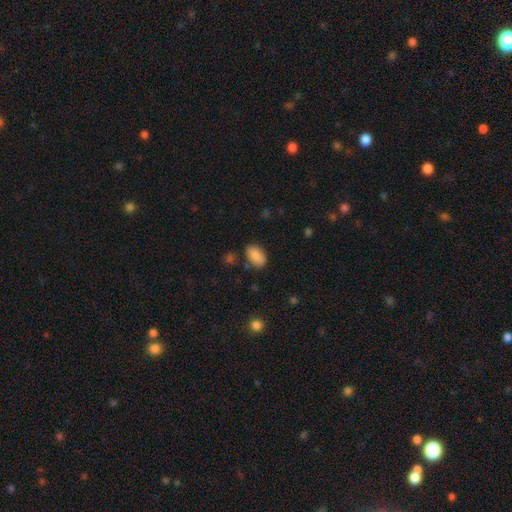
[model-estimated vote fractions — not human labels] Q: Smooth or featured?
A: smooth (88%); runner-up: star or artifact (7%)
Q: How rounded?
A: in between (92%); runner-up: round (7%)
Q: Merging?
A: none (78%); runner-up: minor disturbance (15%)